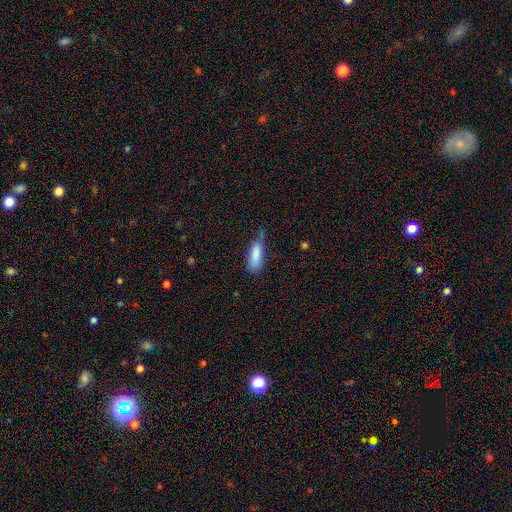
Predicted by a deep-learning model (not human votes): Smooth or featured? smooth (83%)
How rounded? in between (61%)
Merging? none (41%)